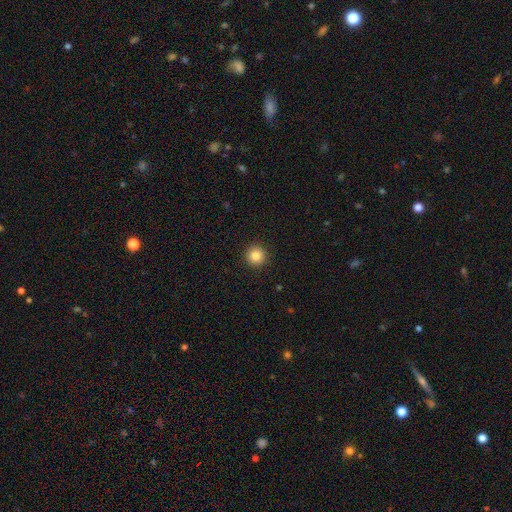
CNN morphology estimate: smooth-or-featured: smooth: 84% | star or artifact: 11% | featured or disk: 5%
  how-rounded: round: 96% | in between: 3% | cigar-shaped: 1%
  merging: none: 93% | minor disturbance: 5% | major disturbance: 2% | merger: 1%